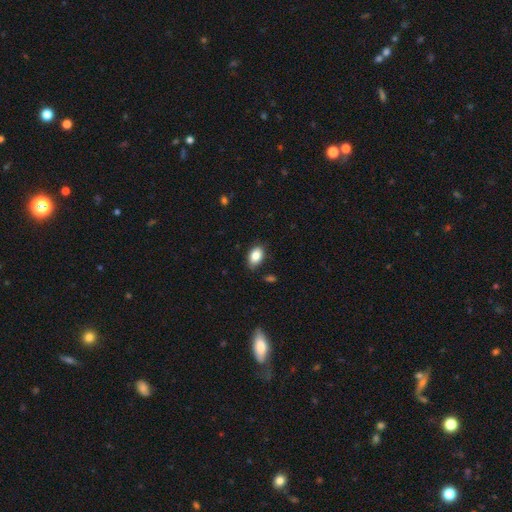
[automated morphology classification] smooth 85%, star or artifact 8%, featured or disk 7%. Down the decision tree: how rounded — in between (89%); merging — none (81%).